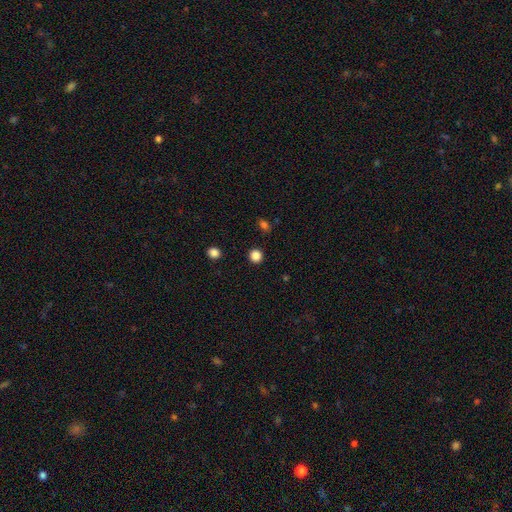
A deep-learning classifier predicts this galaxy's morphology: smooth-or-featured: smooth: 85% | star or artifact: 12% | featured or disk: 3%
  how-rounded: round: 93% | in between: 6% | cigar-shaped: 1%
  merging: none: 92% | minor disturbance: 5% | major disturbance: 2% | merger: 2%